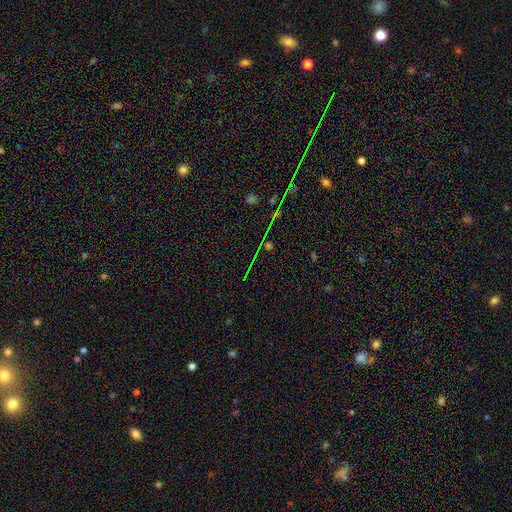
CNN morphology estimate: This is likely a star or artifact rather than a galaxy (75%).